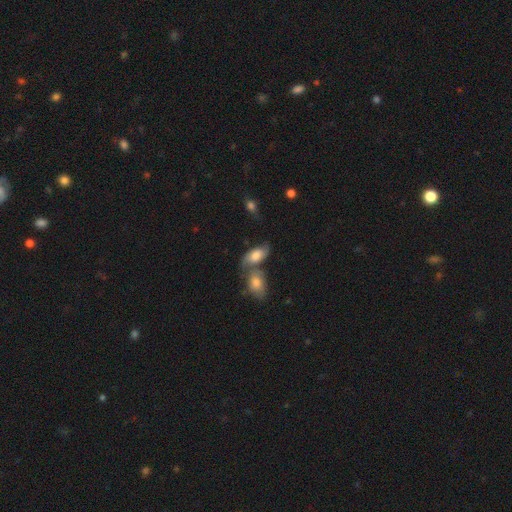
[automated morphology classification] smooth 55%, featured or disk 36%, star or artifact 9%. Down the decision tree: how rounded — in between (90%); merging — merger (46%).